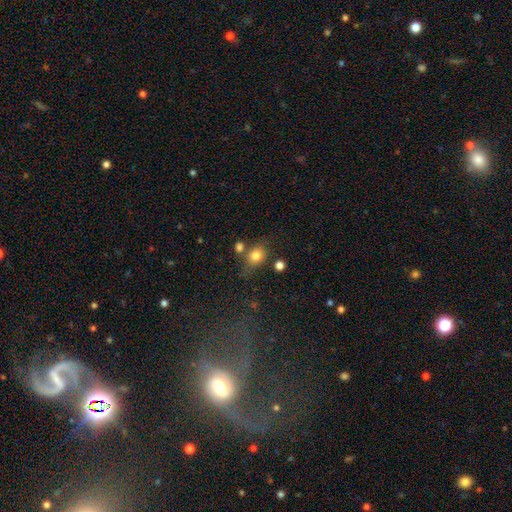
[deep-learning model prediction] Morphology: type=smooth (80%); roundness=in between (50%); merging=none (60%).